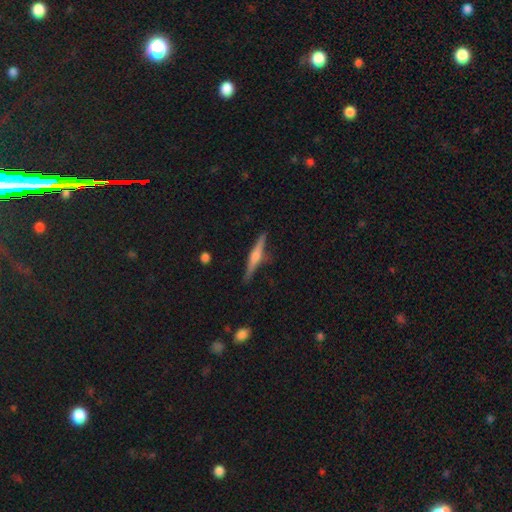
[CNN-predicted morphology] The model was most divided on "smooth or featured": featured or disk: 71%, smooth: 23%, star or artifact: 6%. More confident: edge-on disk — yes (98%); merging — none (87%); edge-on bulge — rounded (85%).